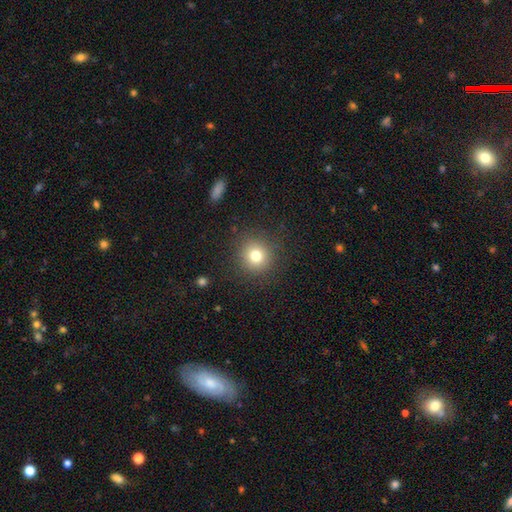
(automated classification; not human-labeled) Smooth or featured: smooth — 77% (star or artifact — 14%)
How rounded: round — 92% (in between — 7%)
Merging: none — 88% (minor disturbance — 7%)